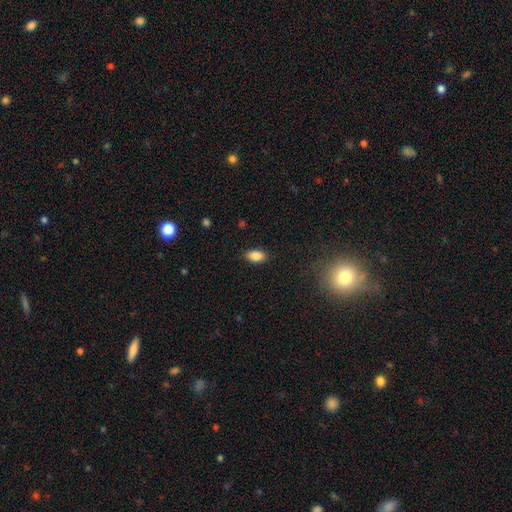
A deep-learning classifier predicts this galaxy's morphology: Smooth or featured?
  - smooth: 86% *
  - star or artifact: 8%
  - featured or disk: 5%
How rounded?
  - in between: 91% *
  - round: 6%
  - cigar-shaped: 3%
Merging?
  - none: 87% *
  - minor disturbance: 10%
  - major disturbance: 2%
  - merger: 1%